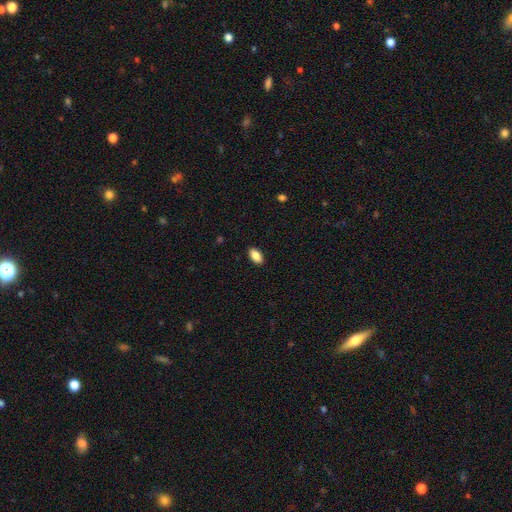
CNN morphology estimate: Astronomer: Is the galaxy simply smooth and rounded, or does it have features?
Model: smooth — 88%.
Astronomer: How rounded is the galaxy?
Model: in between — 92%.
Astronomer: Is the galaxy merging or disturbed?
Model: none — 89%.